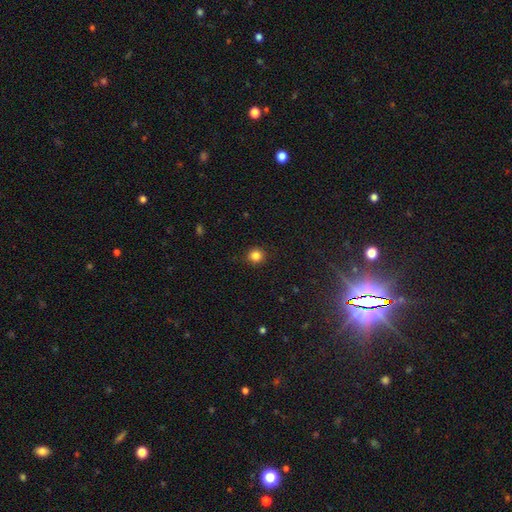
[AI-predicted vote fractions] smooth-or-featured: smooth: 83% | star or artifact: 12% | featured or disk: 4%
  how-rounded: round: 92% | in between: 7% | cigar-shaped: 1%
  merging: none: 89% | minor disturbance: 8% | major disturbance: 2% | merger: 1%